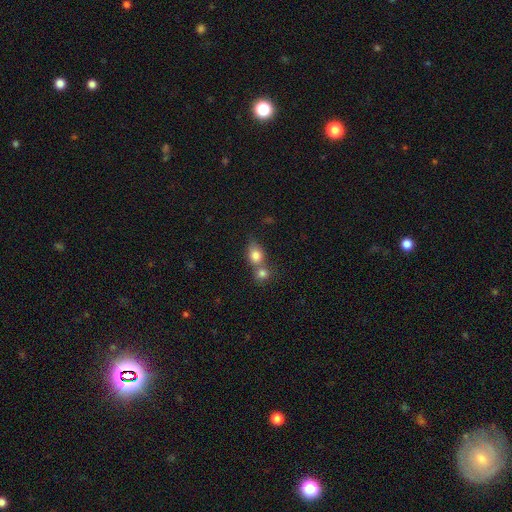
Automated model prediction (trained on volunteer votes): The model was most divided on "how rounded": round: 54%, in between: 44%, cigar-shaped: 2%. More confident: smooth or featured — smooth (79%); merging — merger (58%).